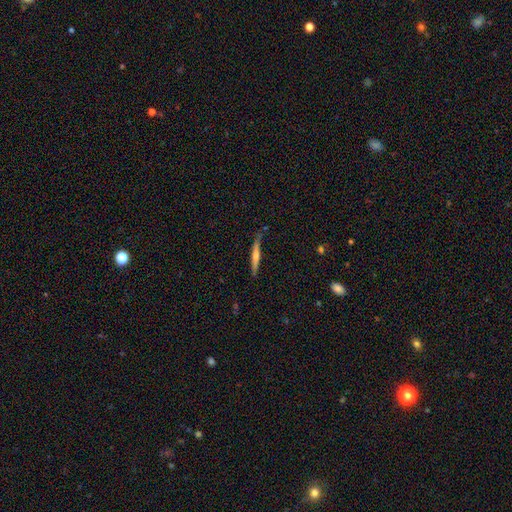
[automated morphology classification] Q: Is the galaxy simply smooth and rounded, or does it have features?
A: featured or disk — 61%.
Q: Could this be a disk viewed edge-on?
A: yes — 96%.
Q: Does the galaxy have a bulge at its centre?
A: rounded — 69%.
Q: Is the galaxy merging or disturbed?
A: none — 78%.